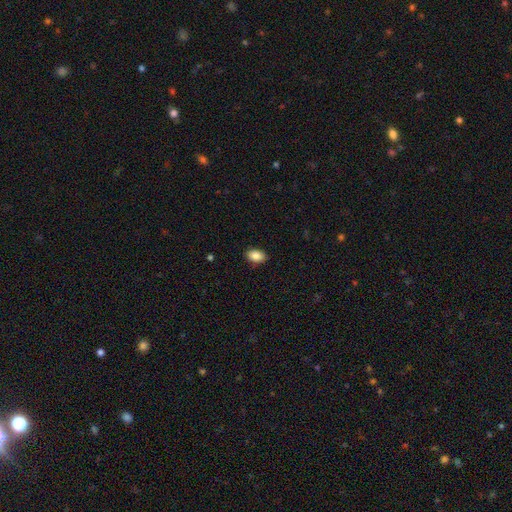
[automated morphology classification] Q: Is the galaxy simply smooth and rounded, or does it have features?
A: smooth — 87%.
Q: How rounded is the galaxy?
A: in between — 90%.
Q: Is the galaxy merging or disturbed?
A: none — 88%.